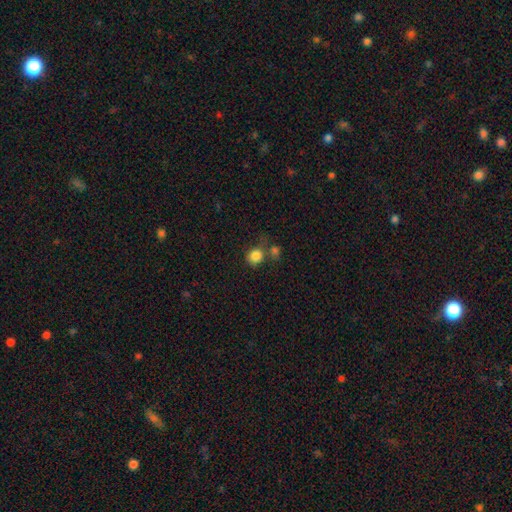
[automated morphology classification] The model was most divided on "merging": none: 52%, merger: 26%, minor disturbance: 14%, major disturbance: 7%. More confident: smooth or featured — smooth (84%); how rounded — round (81%).